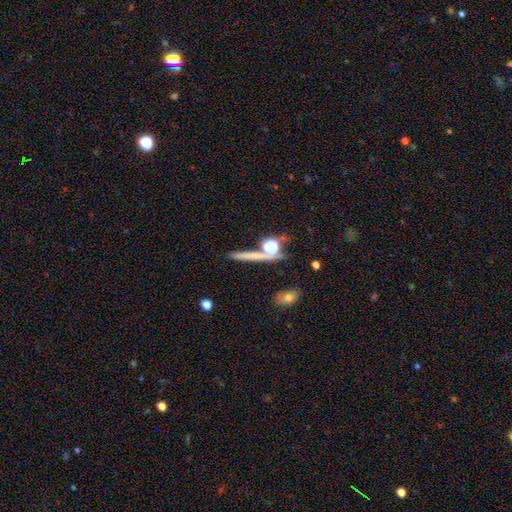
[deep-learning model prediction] A smooth galaxy with no disk features (49%).

Vote fractions:
- Smooth or featured? smooth: 49% / featured or disk: 27% / star or artifact: 24%
- Merging? none: 77% / minor disturbance: 9% / merger: 9% / major disturbance: 4%